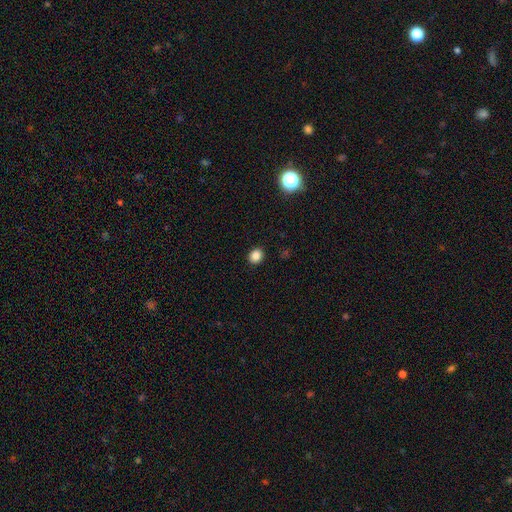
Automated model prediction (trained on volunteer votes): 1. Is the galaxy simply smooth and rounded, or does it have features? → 85% smooth, 11% star or artifact, 4% featured or disk.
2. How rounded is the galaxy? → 72% round, 27% in between, 1% cigar-shaped.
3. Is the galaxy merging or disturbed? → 91% none, 6% minor disturbance, 2% major disturbance, 1% merger.